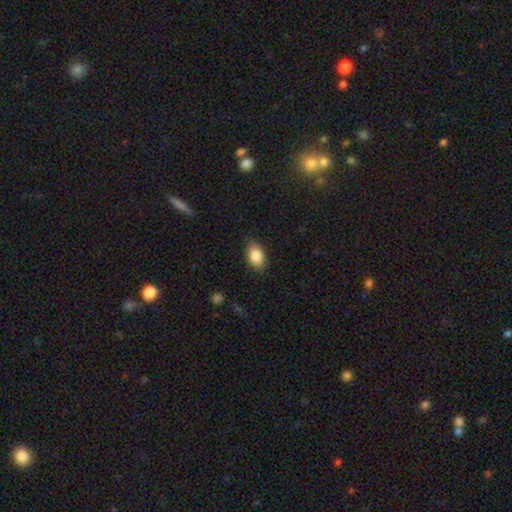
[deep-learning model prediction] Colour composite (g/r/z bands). It shows a smooth galaxy with no disk features (85%) that is in between round and cigar-shaped (89%). Merging: none (84%).